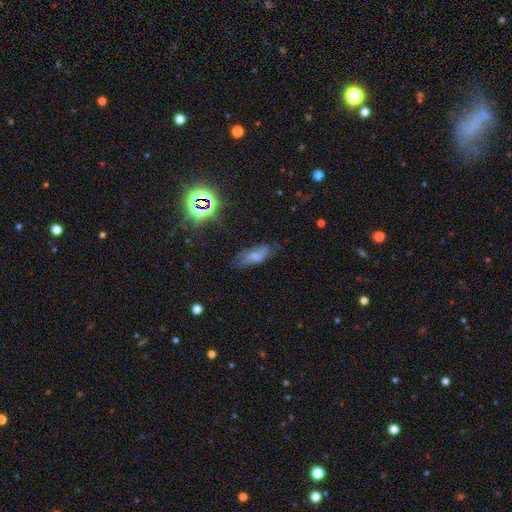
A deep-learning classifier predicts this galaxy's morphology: smooth-or-featured: smooth: 59% | featured or disk: 26% | star or artifact: 15%
  how-rounded: in between: 67% | cigar-shaped: 29% | round: 3%
  merging: none: 59% | minor disturbance: 27% | major disturbance: 11% | merger: 3%